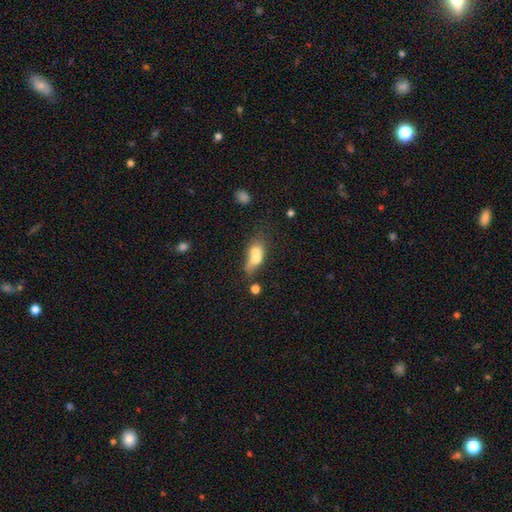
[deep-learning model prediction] The model was most divided on "smooth or featured": smooth: 62%, featured or disk: 28%, star or artifact: 10%. More confident: merging — merger (64%); how rounded — in between (63%).